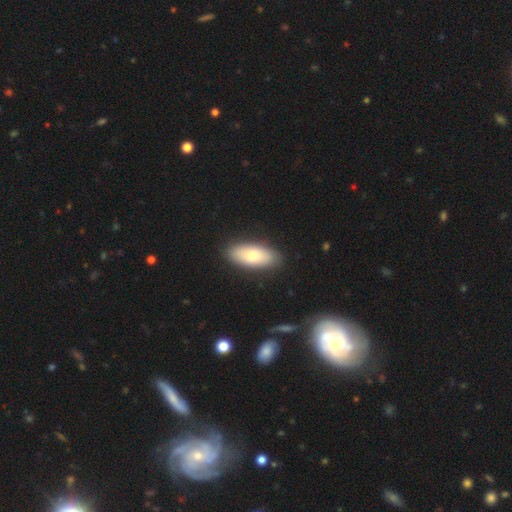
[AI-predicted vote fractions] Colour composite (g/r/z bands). It shows a smooth galaxy with no disk features (66%) that is in between round and cigar-shaped (86%). Merging: none (87%).